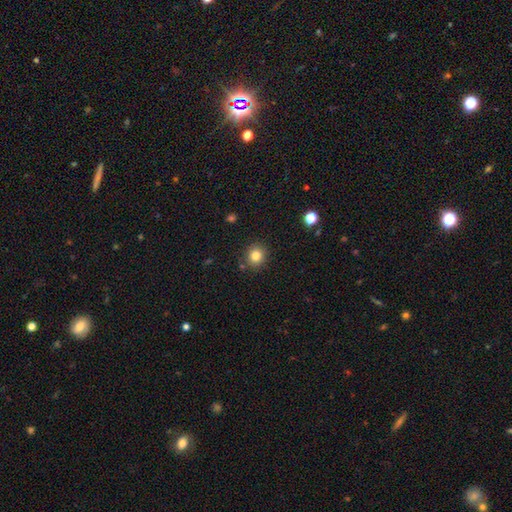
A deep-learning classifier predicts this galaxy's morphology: smooth 82%, star or artifact 12%, featured or disk 6%. Down the decision tree: how rounded — round (88%); merging — none (86%).